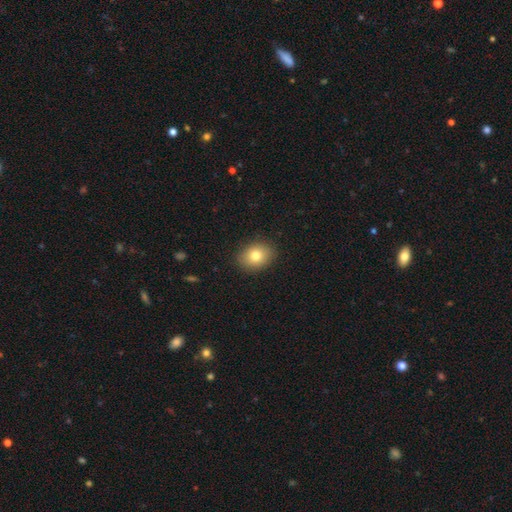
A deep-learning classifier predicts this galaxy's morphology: A smooth galaxy with no disk features (79%) that is in between round and cigar-shaped (55%).

Vote fractions:
- Smooth or featured? smooth: 79% / featured or disk: 11% / star or artifact: 10%
- How rounded? in between: 55% / round: 44% / cigar-shaped: 1%
- Merging? none: 89% / minor disturbance: 8% / major disturbance: 2% / merger: 1%